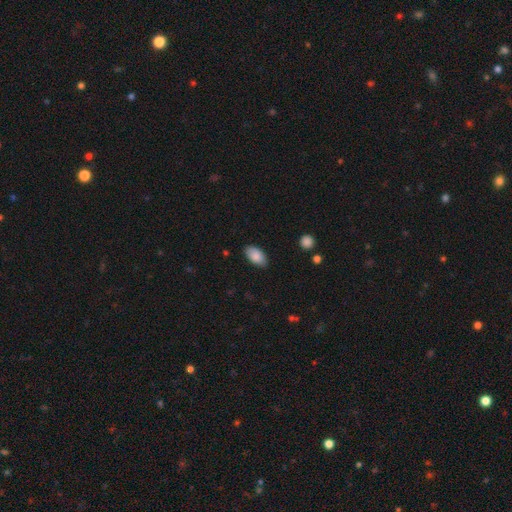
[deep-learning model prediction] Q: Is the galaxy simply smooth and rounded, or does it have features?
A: smooth — 87%.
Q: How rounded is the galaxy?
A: in between — 94%.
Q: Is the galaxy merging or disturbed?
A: none — 82%.